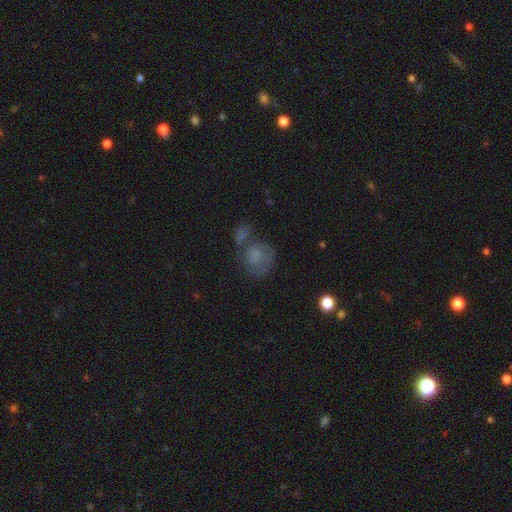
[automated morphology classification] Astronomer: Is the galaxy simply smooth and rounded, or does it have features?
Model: smooth — 56%.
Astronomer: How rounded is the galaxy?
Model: round — 70%.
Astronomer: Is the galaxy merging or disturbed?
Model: none — 41% (runner-up: merger, 29%).